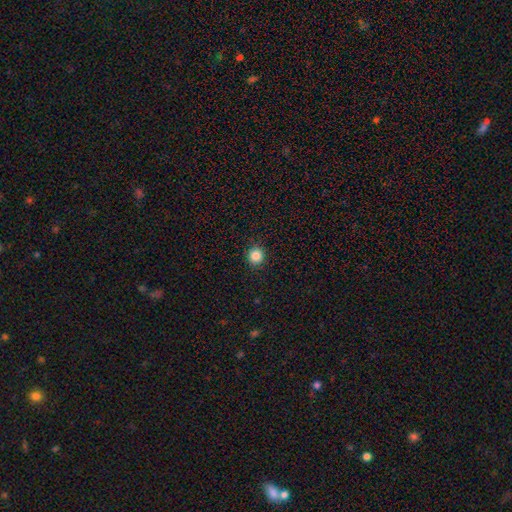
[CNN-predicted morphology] Smooth or featured? smooth (85%)
How rounded? round (94%)
Merging? none (91%)